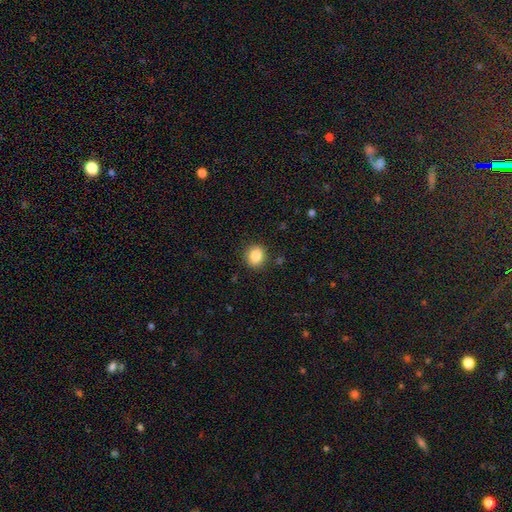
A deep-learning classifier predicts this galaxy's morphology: Smooth or featured?
  - smooth: 86% *
  - star or artifact: 9%
  - featured or disk: 5%
How rounded?
  - round: 77% *
  - in between: 22%
  - cigar-shaped: 1%
Merging?
  - none: 88% *
  - minor disturbance: 8%
  - major disturbance: 3%
  - merger: 1%